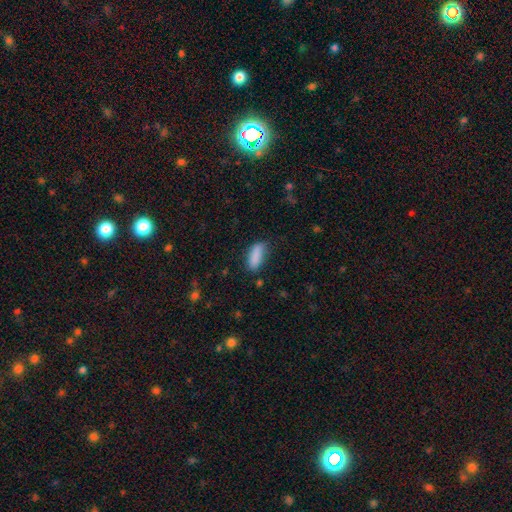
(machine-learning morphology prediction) Overall: smooth (88%). How rounded: in between (76%). Merging: none (69%).